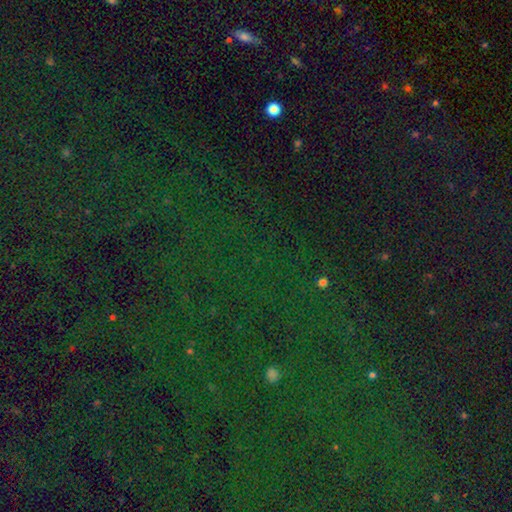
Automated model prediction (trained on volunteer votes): Morphology: type=star or artifact (81%).